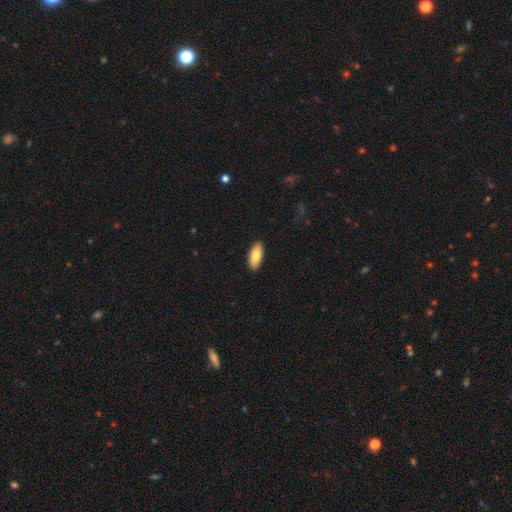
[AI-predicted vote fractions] This is clearly a smooth galaxy (83%). How rounded: clearly in between (83%). Merging: clearly none (90%).